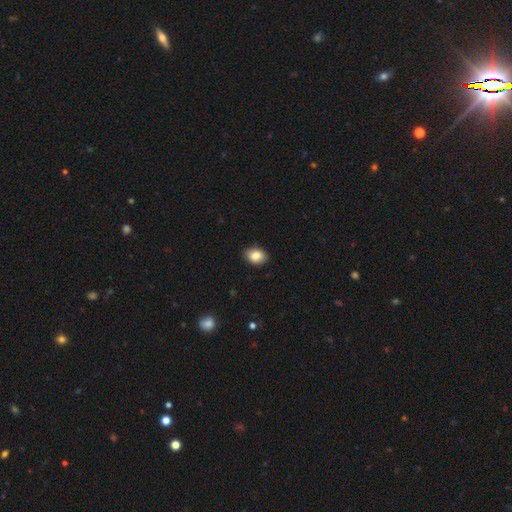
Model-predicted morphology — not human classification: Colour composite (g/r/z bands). It shows a smooth galaxy with no disk features (84%) that is in between round and cigar-shaped (70%). Merging: none (89%).